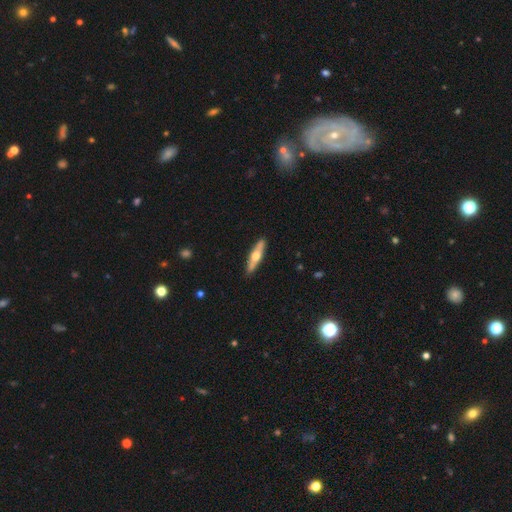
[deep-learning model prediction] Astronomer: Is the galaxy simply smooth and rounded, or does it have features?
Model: featured or disk — 57% (runner-up: smooth, 38%).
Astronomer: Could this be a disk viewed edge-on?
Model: yes — 92%.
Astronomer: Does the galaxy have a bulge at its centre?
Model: rounded — 94%.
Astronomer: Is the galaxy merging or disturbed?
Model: none — 89%.